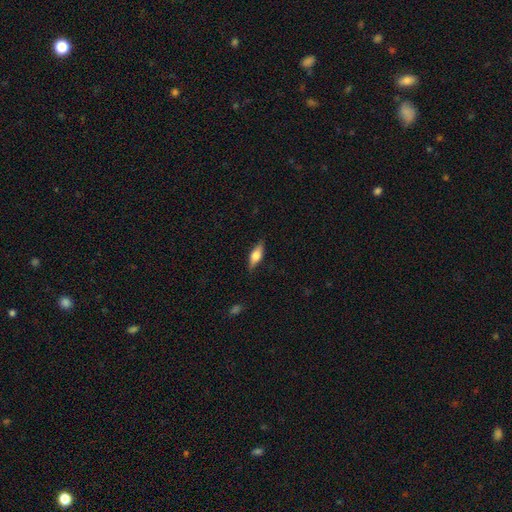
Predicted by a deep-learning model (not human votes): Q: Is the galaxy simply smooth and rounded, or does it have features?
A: smooth — 53%.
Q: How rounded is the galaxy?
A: in between — 61%.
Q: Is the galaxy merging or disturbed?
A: none — 84%.